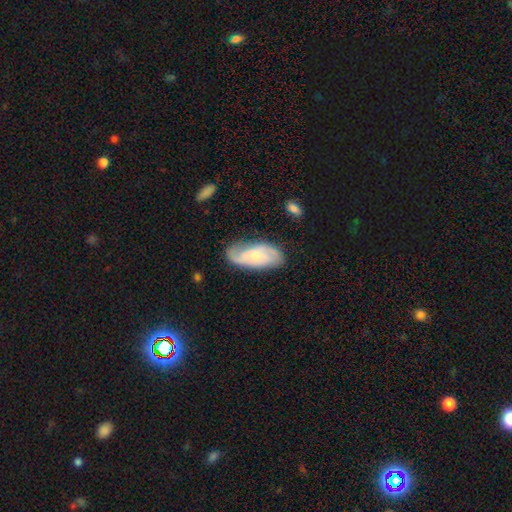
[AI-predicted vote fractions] A featured or disk galaxy (73%) with no bar (67%), 2 (62%) tight (43%) spiral arms (93%) and a small central bulge (67%). Merging: none (70%).